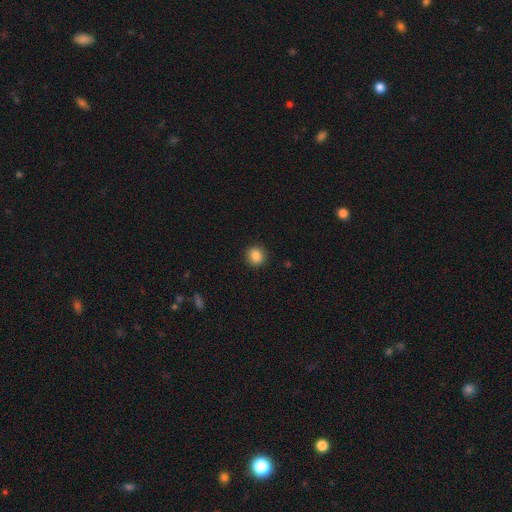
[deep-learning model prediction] smooth_or_featured: smooth (p=0.87) [alt: star or artifact p=0.10]
how_rounded: round (p=0.83) [alt: in between p=0.16]
merging: none (p=0.91) [alt: minor disturbance p=0.06]